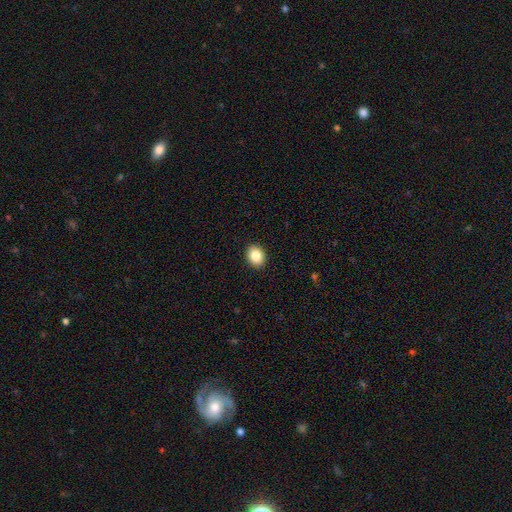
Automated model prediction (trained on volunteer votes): Smooth or featured: smooth — 84% (star or artifact — 9%)
How rounded: round — 54% (in between — 46%)
Merging: none — 92% (minor disturbance — 6%)